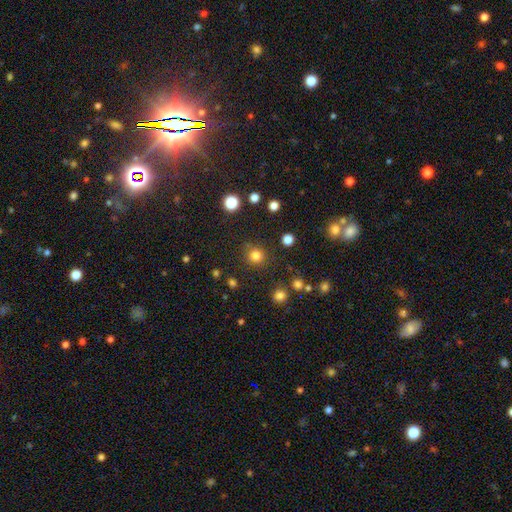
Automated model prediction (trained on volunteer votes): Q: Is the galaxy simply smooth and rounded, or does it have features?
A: smooth — 80%.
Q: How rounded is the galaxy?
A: round — 91%.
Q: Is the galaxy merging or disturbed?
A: none — 84%.